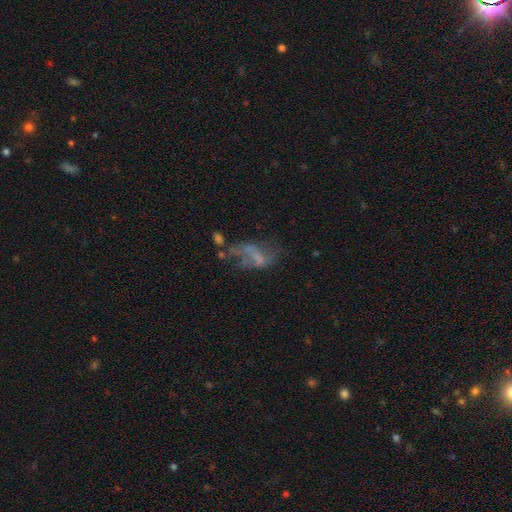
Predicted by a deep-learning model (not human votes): Overall: featured or disk (54%; smooth 29%). Edge-on disk: no (96%). Bar: no (70%). Spiral arms: no (77%). Bulge size: none (73%). Merging: major disturbance (41%; none 26%).